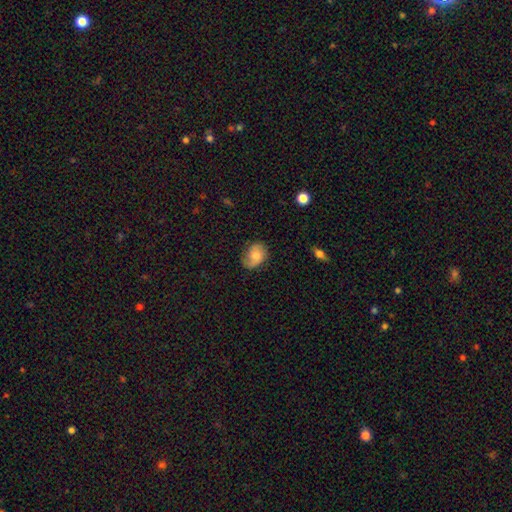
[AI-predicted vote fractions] Smooth or featured? Predicted: smooth (p=0.63). How rounded? Predicted: in between (p=0.70). Merging? Predicted: none (p=0.59).